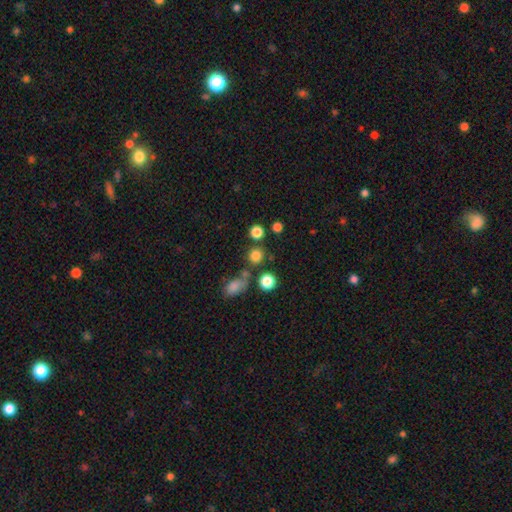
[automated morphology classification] A smooth galaxy with no disk features (79%) that is round (89%).

Vote fractions:
- Smooth or featured? smooth: 79% / star or artifact: 16% / featured or disk: 6%
- How rounded? round: 89% / in between: 10% / cigar-shaped: 1%
- Merging? none: 74% / merger: 13% / minor disturbance: 9% / major disturbance: 4%